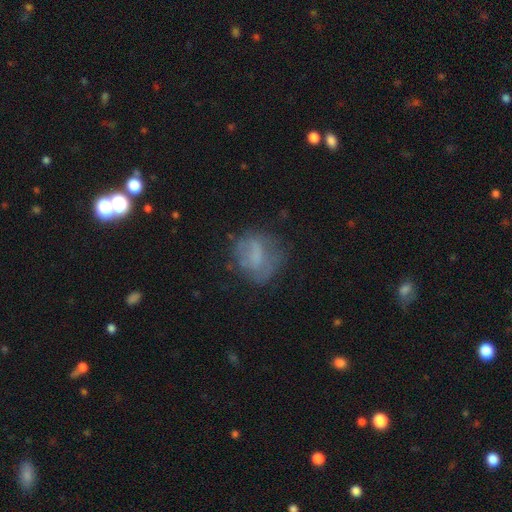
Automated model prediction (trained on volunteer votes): Overall: smooth (54%; featured or disk 34%). How rounded: round (62%; in between 36%). Merging: none (56%; minor disturbance 24%).